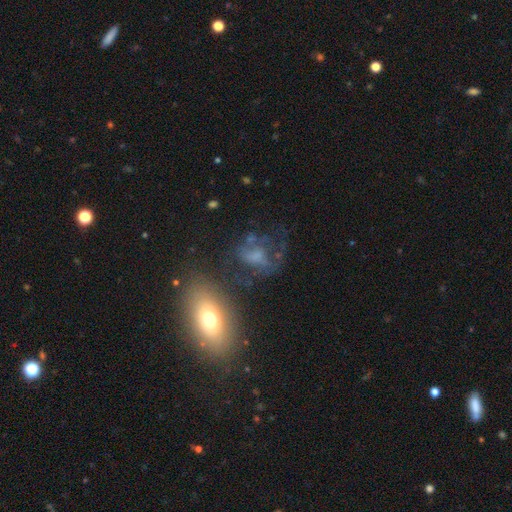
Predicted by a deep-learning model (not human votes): Q: Smooth or featured?
A: featured or disk (42%); runner-up: smooth (38%)
Q: Merging?
A: none (39%); runner-up: major disturbance (31%)